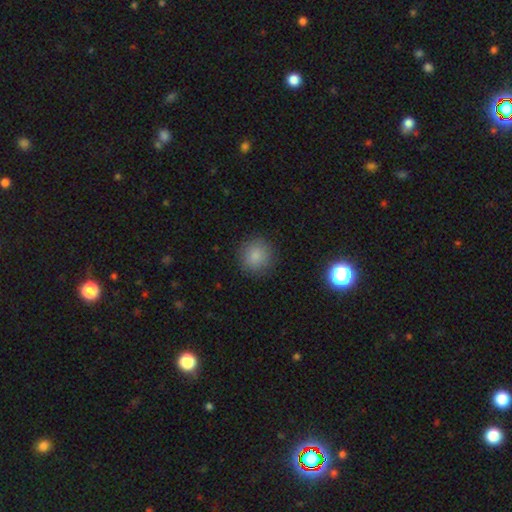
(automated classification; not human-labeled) Smooth or featured?
  - smooth: 86% *
  - star or artifact: 9%
  - featured or disk: 5%
How rounded?
  - round: 93% *
  - in between: 6%
  - cigar-shaped: 1%
Merging?
  - none: 88% *
  - minor disturbance: 8%
  - major disturbance: 3%
  - merger: 1%